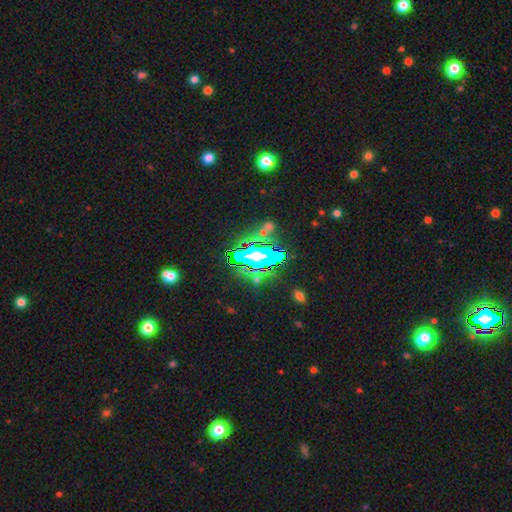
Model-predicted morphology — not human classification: Overall: star or artifact (63%).